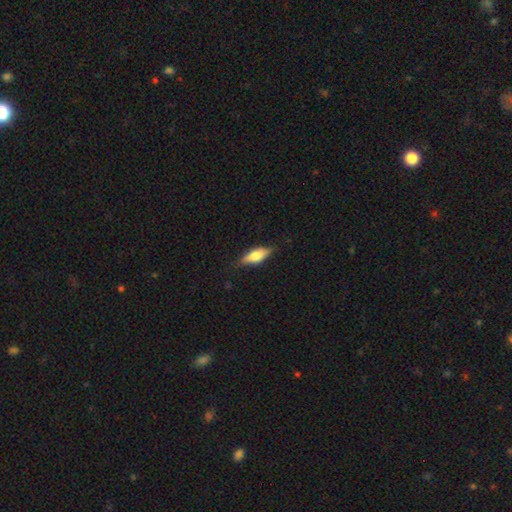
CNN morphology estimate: Smooth or featured?
  - smooth: 56% *
  - featured or disk: 37%
  - star or artifact: 7%
How rounded?
  - in between: 65% *
  - cigar-shaped: 33%
  - round: 3%
Merging?
  - none: 80% *
  - minor disturbance: 16%
  - major disturbance: 3%
  - merger: 1%